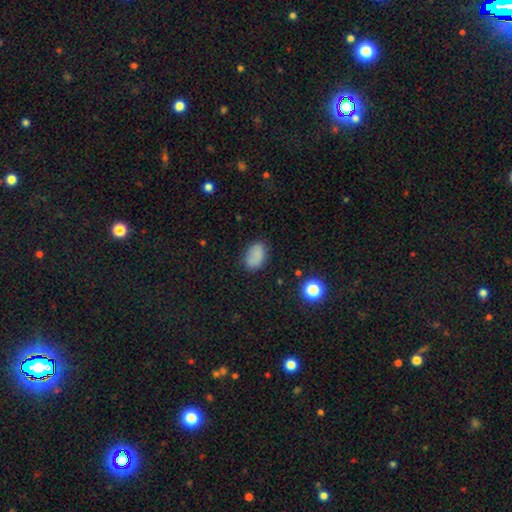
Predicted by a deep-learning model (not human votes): Smooth or featured? Predicted: smooth (p=0.83). How rounded? Predicted: in between (p=0.87). Merging? Predicted: none (p=0.78).